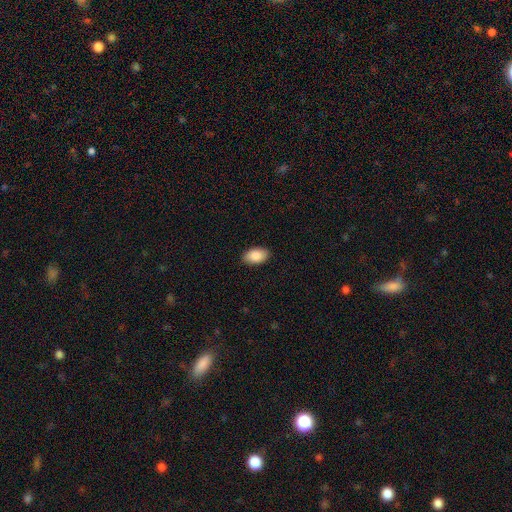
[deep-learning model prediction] A smooth galaxy with no disk features (89%) that is in between round and cigar-shaped (94%).

Vote fractions:
- Smooth or featured? smooth: 89% / star or artifact: 6% / featured or disk: 4%
- How rounded? in between: 94% / round: 5% / cigar-shaped: 1%
- Merging? none: 90% / minor disturbance: 8% / major disturbance: 2% / merger: 1%